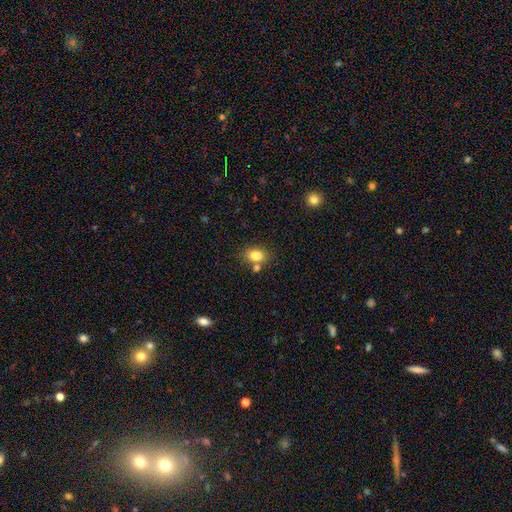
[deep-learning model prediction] Morphology: type=smooth (81%); roundness=in between (67%); merging=none (66%).